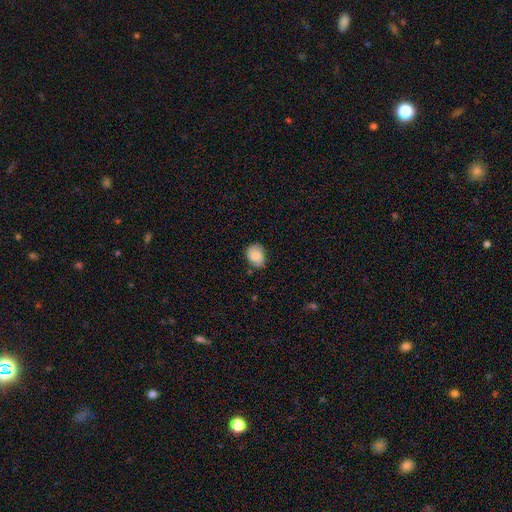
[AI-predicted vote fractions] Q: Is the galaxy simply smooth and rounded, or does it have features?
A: smooth — 75%.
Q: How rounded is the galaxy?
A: in between — 57%.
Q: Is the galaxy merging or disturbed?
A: none — 73%.